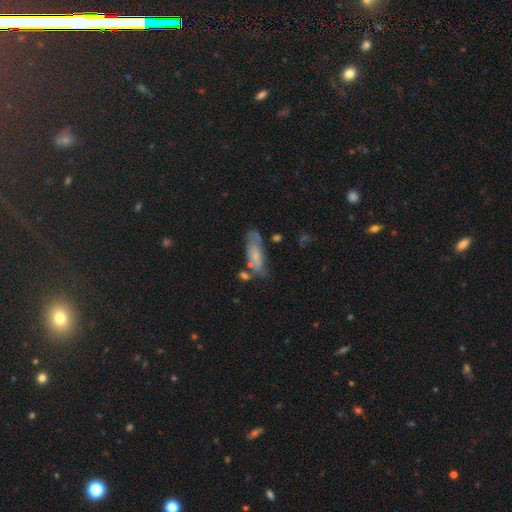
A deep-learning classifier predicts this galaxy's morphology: This appears to be a smooth galaxy with no disk features (59%) that is in between round and cigar-shaped (61%). Merging: none (48%).